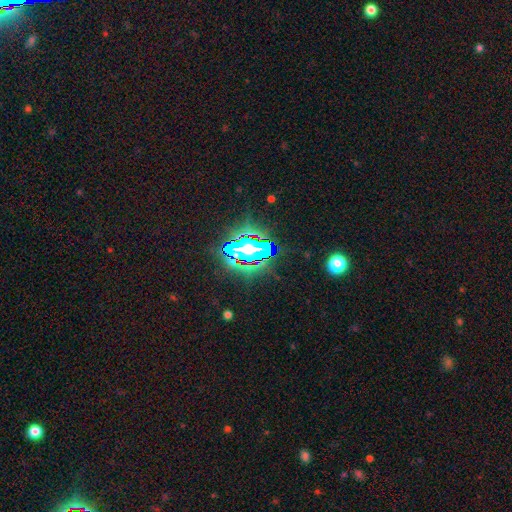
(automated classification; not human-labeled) star or artifact 82%, smooth 11%, featured or disk 8%.